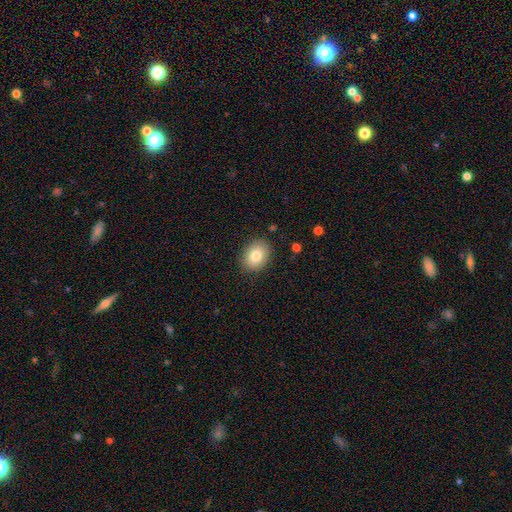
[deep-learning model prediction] Q: Smooth or featured?
A: smooth (81%); runner-up: featured or disk (11%)
Q: How rounded?
A: in between (67%); runner-up: round (32%)
Q: Merging?
A: none (86%); runner-up: minor disturbance (10%)